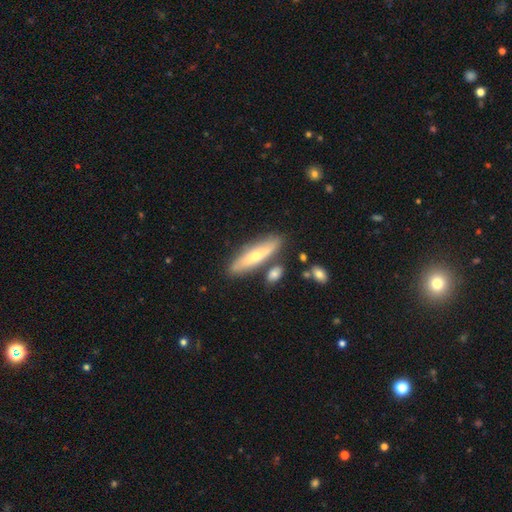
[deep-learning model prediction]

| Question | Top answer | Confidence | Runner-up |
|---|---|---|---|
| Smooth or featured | smooth | 47% | featured or disk (46%) |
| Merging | none | 77% | minor disturbance (12%) |